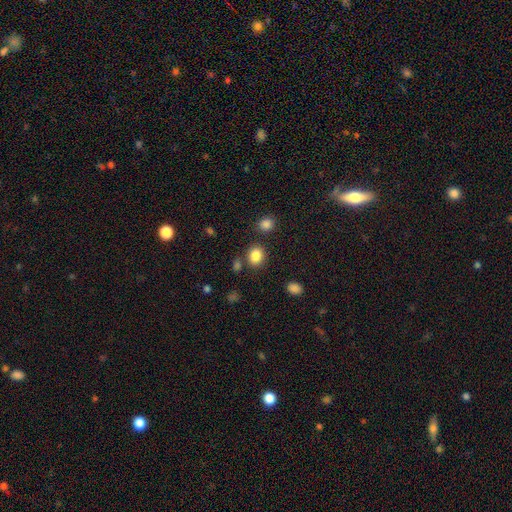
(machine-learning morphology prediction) type=smooth (85%); roundness=round (63%); merging=none (79%).